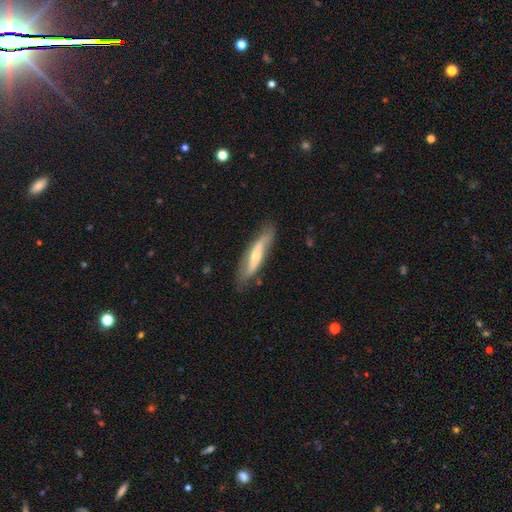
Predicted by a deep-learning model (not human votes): Smooth or featured: featured or disk — 58% (smooth — 36%)
Edge-on disk: no — 51% (yes — 49%)
Merging: none — 76% (minor disturbance — 18%)